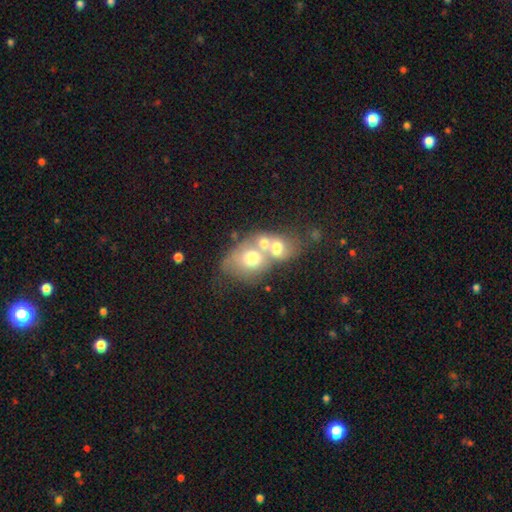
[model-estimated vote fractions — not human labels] Smooth or featured? Predicted: smooth (p=0.53). How rounded? Predicted: in between (p=0.50). Merging? Predicted: merger (p=0.72).